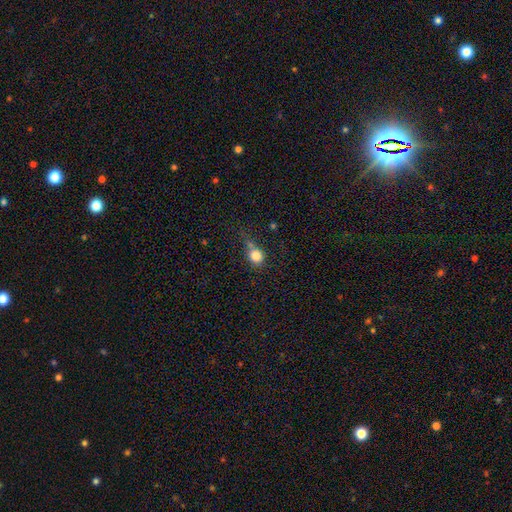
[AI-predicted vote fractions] Smooth or featured?
  - smooth: 82% *
  - star or artifact: 11%
  - featured or disk: 7%
How rounded?
  - round: 80% *
  - in between: 19%
  - cigar-shaped: 1%
Merging?
  - none: 51% *
  - minor disturbance: 21%
  - merger: 17%
  - major disturbance: 10%